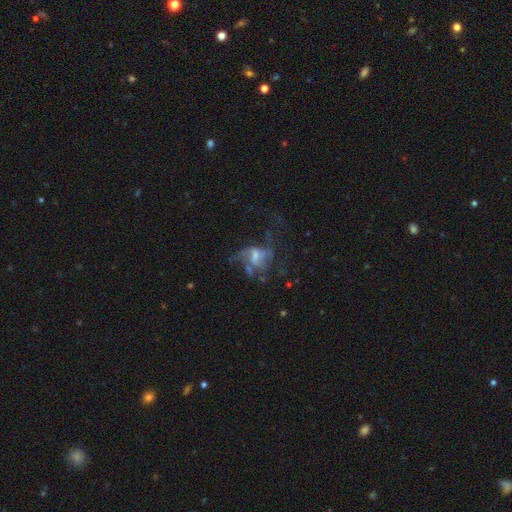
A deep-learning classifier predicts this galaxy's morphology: featured or disk 68%, smooth 18%, star or artifact 14%. Down the decision tree: edge-on disk — no (97%); bar — no (54%); spiral arms — yes (63%); bulge size — moderate (39%); merging — major disturbance (45%).